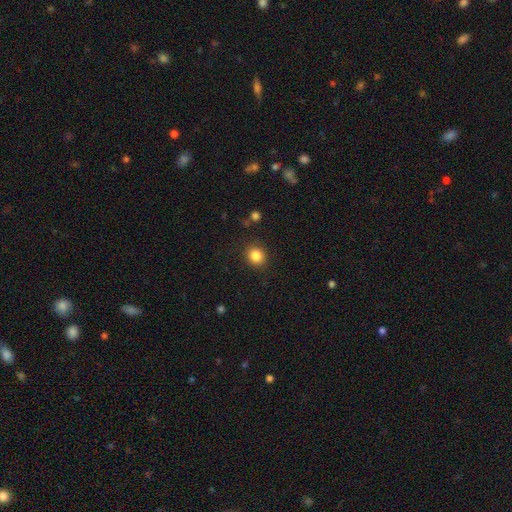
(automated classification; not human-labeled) Morphology: type=smooth (85%); roundness=round (83%); merging=none (89%).